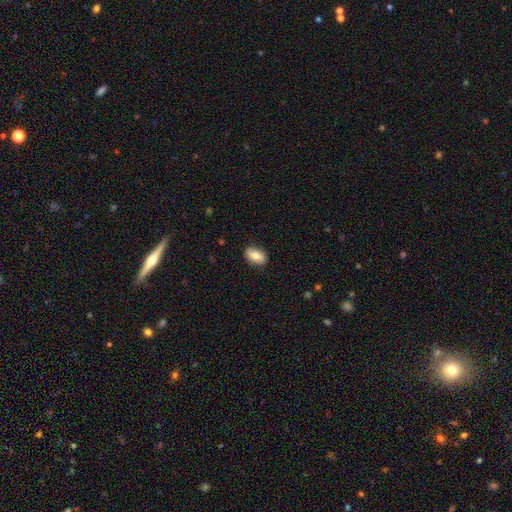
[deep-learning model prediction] This is clearly a smooth galaxy (81%). How rounded: clearly in between (90%). Merging: clearly none (85%).